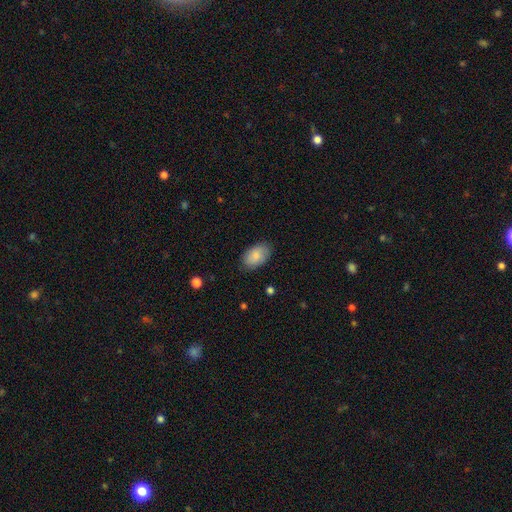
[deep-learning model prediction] This appears to be a smooth galaxy with no disk features (85%) that is in between round and cigar-shaped (92%). Merging: none (84%).